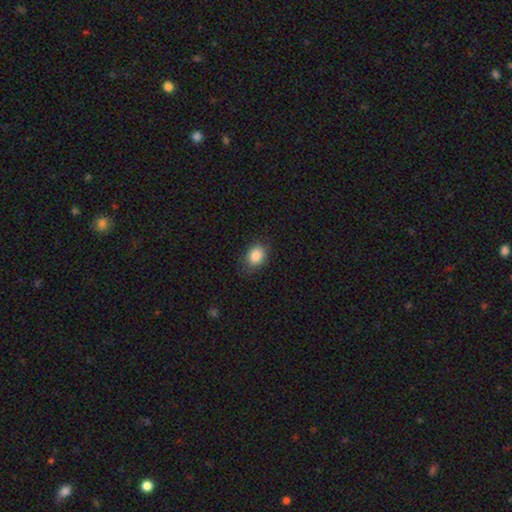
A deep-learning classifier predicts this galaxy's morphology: type=smooth (87%); roundness=in between (68%); merging=none (78%).